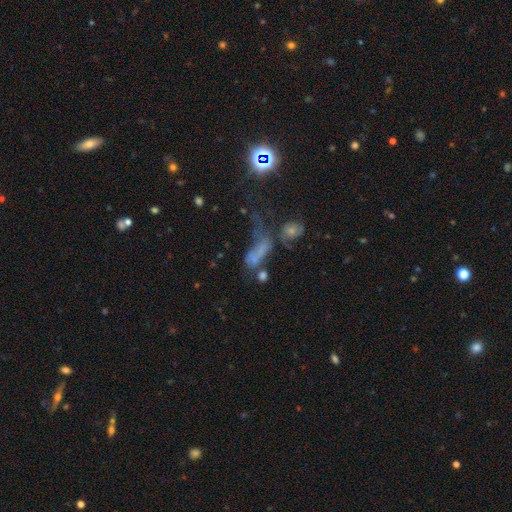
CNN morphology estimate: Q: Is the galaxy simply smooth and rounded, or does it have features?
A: smooth — 44%.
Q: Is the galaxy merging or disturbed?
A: merger — 36%.